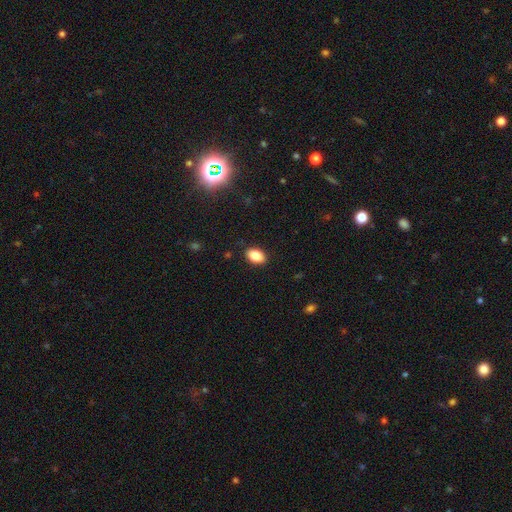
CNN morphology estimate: A smooth galaxy with no disk features (86%) that is in between round and cigar-shaped (88%). Merging: none (88%).